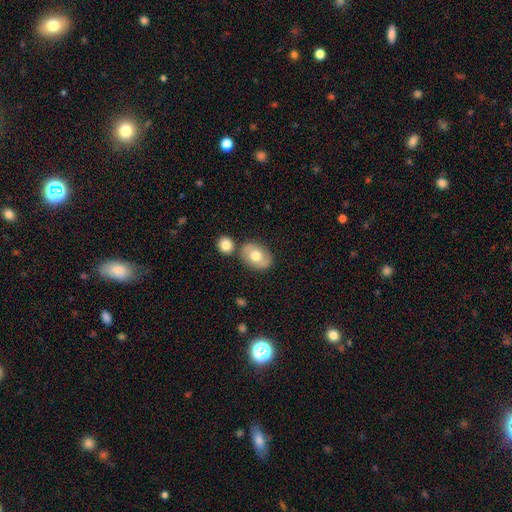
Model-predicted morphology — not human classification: Smooth or featured? smooth (64%)
How rounded? in between (76%)
Merging? none (69%)